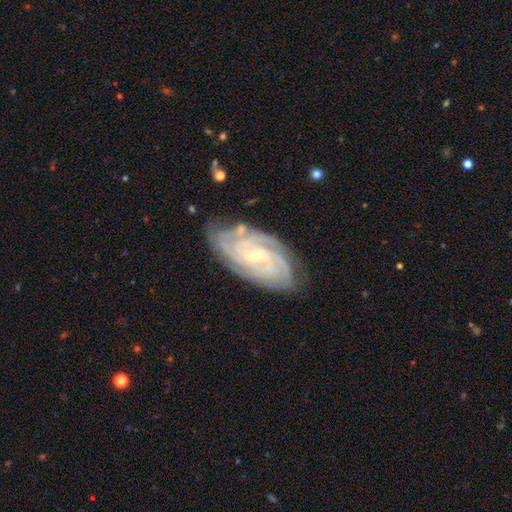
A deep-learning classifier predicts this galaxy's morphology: Smooth or featured?
  - featured or disk: 87% *
  - smooth: 6%
  - star or artifact: 6%
Edge-on disk?
  - no: 96% *
  - yes: 4%
Bar?
  - weak: 45% *
  - no: 39%
  - strong: 16%
Spiral arms?
  - yes: 98% *
  - no: 2%
Spiral winding?
  - tight: 73% *
  - medium: 23%
  - loose: 3%
Spiral arm count?
  - 4: 36% *
  - can't tell: 19%
  - 3: 19%
  - more than 4: 10%
  - 2: 10%
  - 1: 6%
Bulge size?
  - small: 73% *
  - moderate: 20%
  - none: 5%
  - large: 1%
  - dominant: 1%
Merging?
  - none: 78% *
  - minor disturbance: 16%
  - major disturbance: 4%
  - merger: 2%